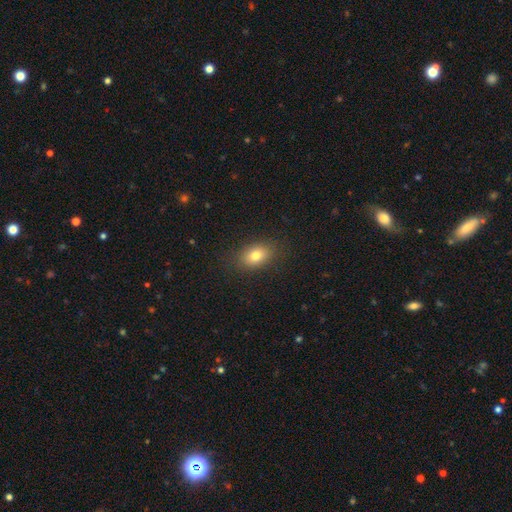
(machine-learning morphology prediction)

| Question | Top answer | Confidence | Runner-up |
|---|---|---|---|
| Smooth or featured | smooth | 79% | featured or disk (12%) |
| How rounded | in between | 81% | round (17%) |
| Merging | none | 86% | minor disturbance (10%) |